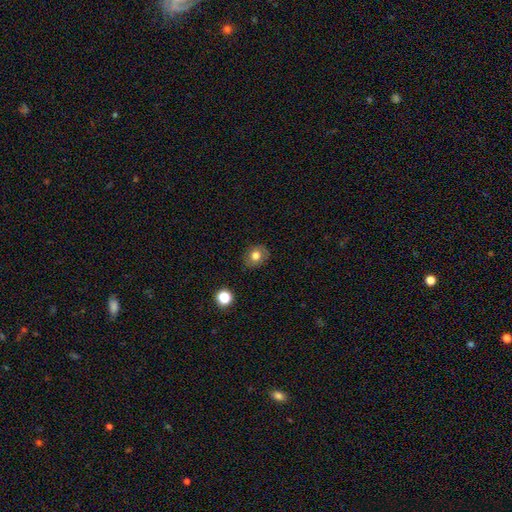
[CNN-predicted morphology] smooth_or_featured: smooth (p=0.75) [alt: featured or disk p=0.14]
how_rounded: round (p=0.60) [alt: in between p=0.39]
merging: none (p=0.84) [alt: minor disturbance p=0.12]